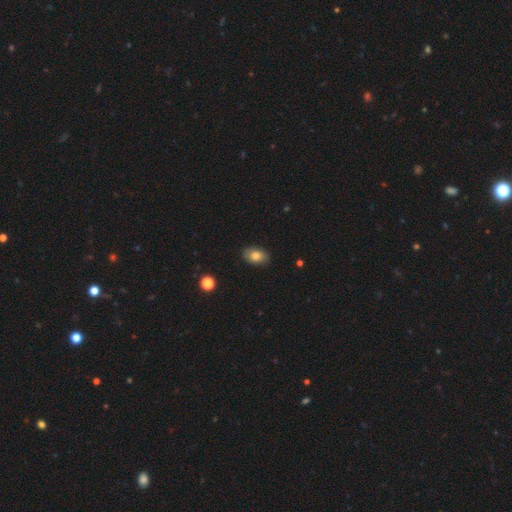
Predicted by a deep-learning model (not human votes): Q: Smooth or featured?
A: smooth (83%); runner-up: featured or disk (9%)
Q: How rounded?
A: in between (85%); runner-up: round (13%)
Q: Merging?
A: none (87%); runner-up: minor disturbance (10%)